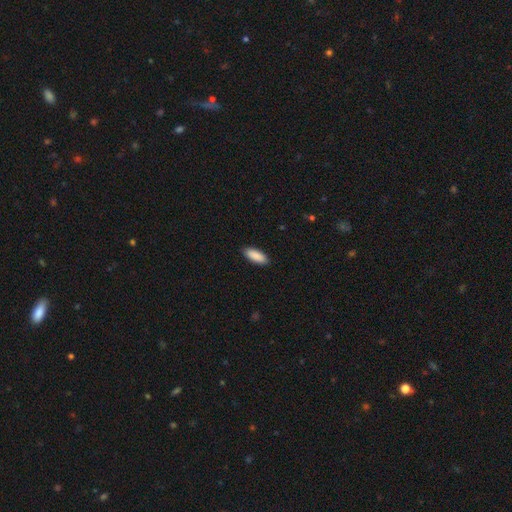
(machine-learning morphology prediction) The model was most divided on "how rounded": in between: 73%, cigar-shaped: 26%, round: 2%. More confident: smooth or featured — smooth (90%); merging — none (90%).